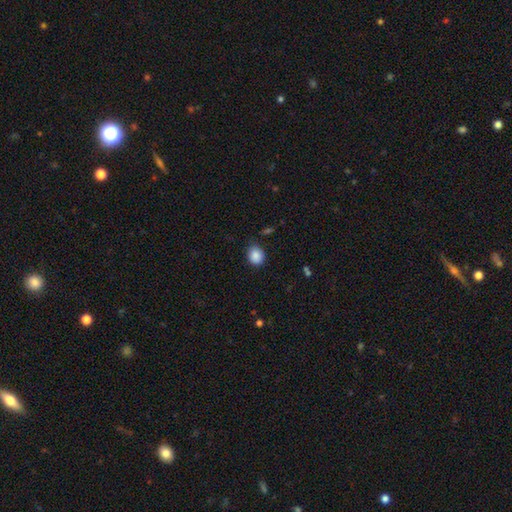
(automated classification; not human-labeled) Smooth or featured? Predicted: smooth (p=0.87). How rounded? Predicted: round (p=0.62). Merging? Predicted: none (p=0.79).